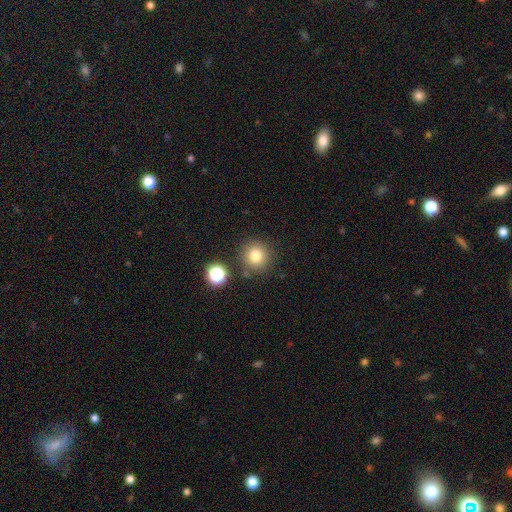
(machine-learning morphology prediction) type=smooth (79%); roundness=round (94%); merging=none (84%).